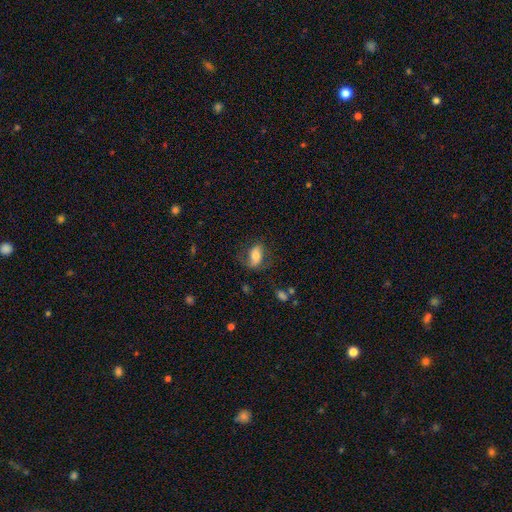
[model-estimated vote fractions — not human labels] A smooth galaxy with no disk features (56%) that is in between round and cigar-shaped (85%). Merging: none (64%).